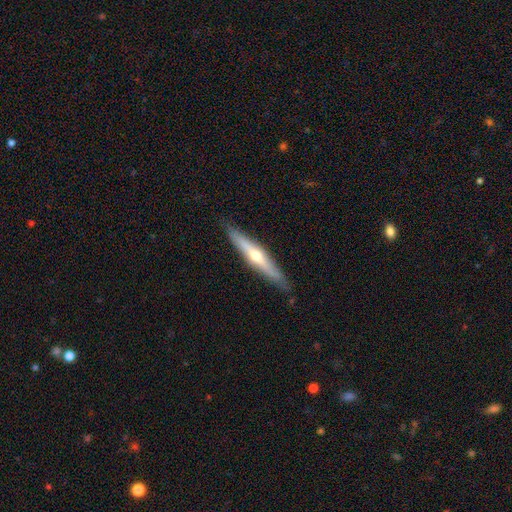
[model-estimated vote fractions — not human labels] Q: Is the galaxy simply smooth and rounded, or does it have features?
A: featured or disk — 62%.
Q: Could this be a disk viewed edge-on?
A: yes — 92%.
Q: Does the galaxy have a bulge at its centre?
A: rounded — 85%.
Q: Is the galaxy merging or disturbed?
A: none — 86%.